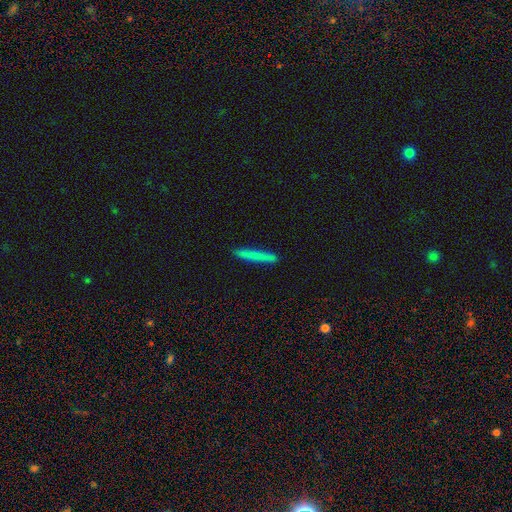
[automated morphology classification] smooth 78%, featured or disk 15%, star or artifact 7%. Down the decision tree: how rounded — cigar-shaped (96%); merging — none (90%).